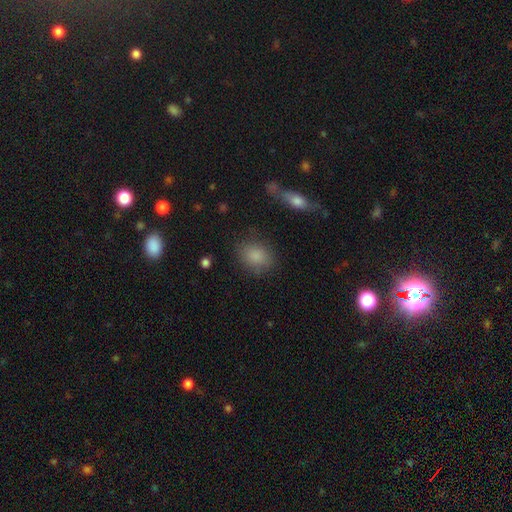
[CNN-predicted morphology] A smooth galaxy with no disk features (86%) that is in between round and cigar-shaped (50%). Merging: none (80%).